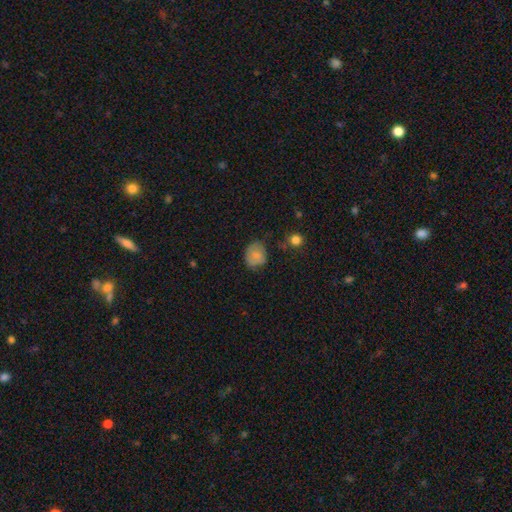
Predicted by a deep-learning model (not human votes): A smooth galaxy with no disk features (74%) that is round (60%). Merging: none (60%).